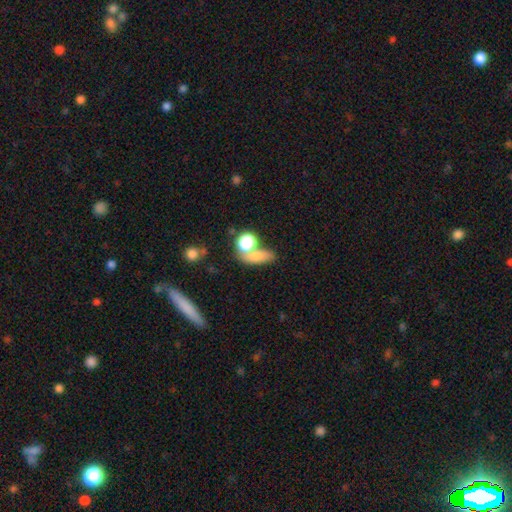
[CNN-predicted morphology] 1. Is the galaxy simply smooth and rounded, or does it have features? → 74% smooth, 13% featured or disk, 13% star or artifact.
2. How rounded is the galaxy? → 55% in between, 27% round, 18% cigar-shaped.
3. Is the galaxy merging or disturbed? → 47% none, 34% merger, 12% minor disturbance, 7% major disturbance.